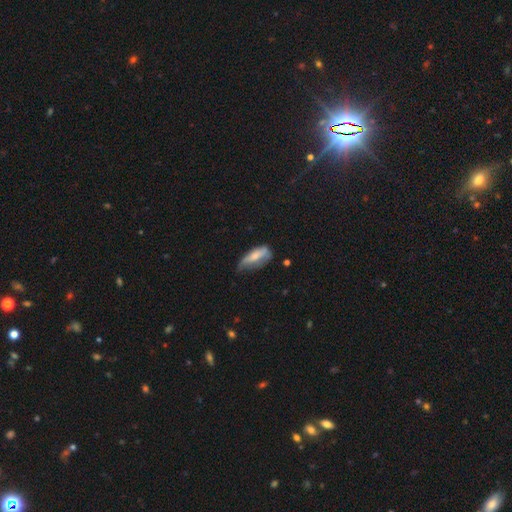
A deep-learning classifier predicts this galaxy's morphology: The model was most divided on "merging": minor disturbance: 41%, none: 31%, major disturbance: 24%, merger: 4%. More confident: how rounded — in between (67%); smooth or featured — smooth (63%).